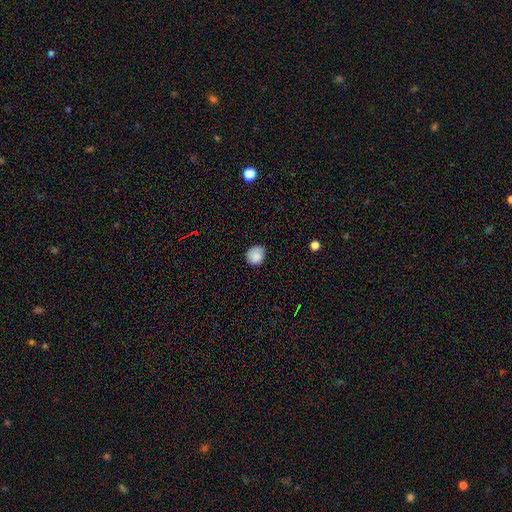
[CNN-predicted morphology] Smooth or featured: smooth — 86% (star or artifact — 9%)
How rounded: round — 81% (in between — 18%)
Merging: none — 81% (minor disturbance — 15%)